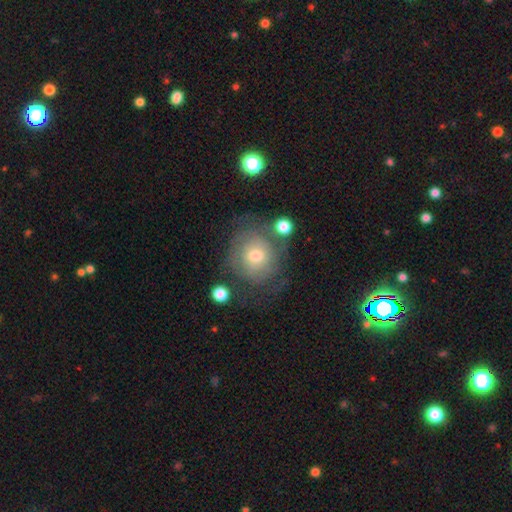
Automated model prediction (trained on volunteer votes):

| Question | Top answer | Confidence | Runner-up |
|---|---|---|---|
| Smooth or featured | smooth | 47% | featured or disk (43%) |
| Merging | none | 59% | minor disturbance (20%) |